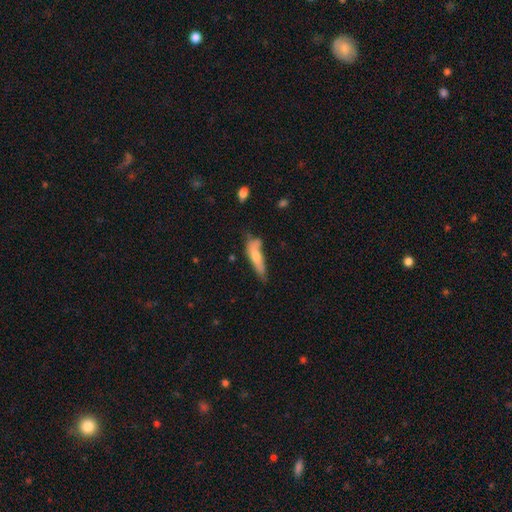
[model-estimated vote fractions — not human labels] This appears to be a smooth galaxy with no disk features (54%) that is cigar-shaped (74%). Merging: none (44%).